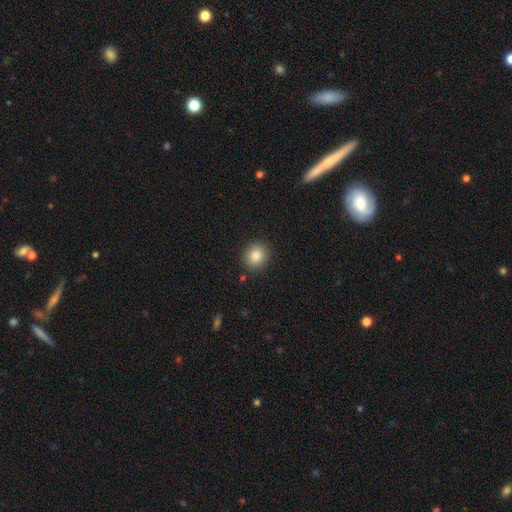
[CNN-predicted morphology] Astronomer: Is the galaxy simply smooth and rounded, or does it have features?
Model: smooth — 85%.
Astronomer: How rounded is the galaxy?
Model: round — 76%.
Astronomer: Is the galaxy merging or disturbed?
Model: none — 89%.